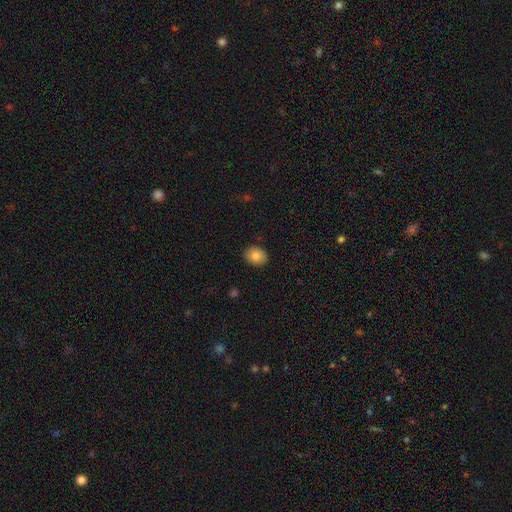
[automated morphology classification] A smooth galaxy with no disk features (83%) that is round (54%). Merging: none (89%).